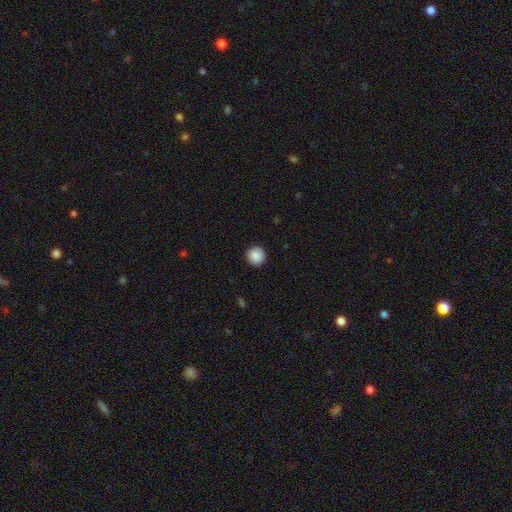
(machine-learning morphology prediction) smooth_or_featured: smooth (p=0.88) [alt: star or artifact p=0.08]
how_rounded: round (p=0.96) [alt: in between p=0.03]
merging: none (p=0.92) [alt: minor disturbance p=0.05]